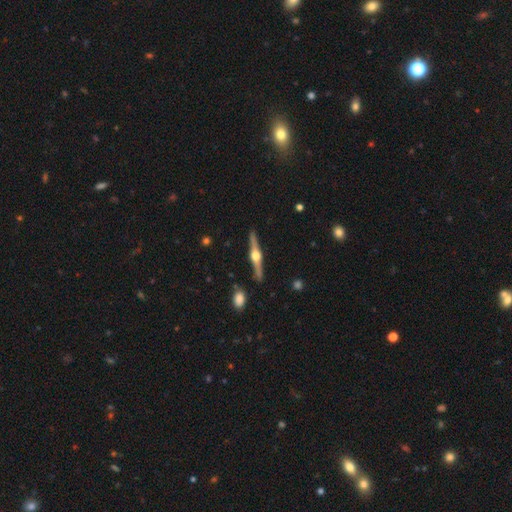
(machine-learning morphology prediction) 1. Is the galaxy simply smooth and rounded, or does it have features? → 82% featured or disk, 13% smooth, 5% star or artifact.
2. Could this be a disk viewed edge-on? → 98% yes, 2% no.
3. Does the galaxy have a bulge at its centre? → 96% rounded, 2% boxy, 1% none.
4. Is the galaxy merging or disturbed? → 89% none, 7% minor disturbance, 2% merger, 2% major disturbance.